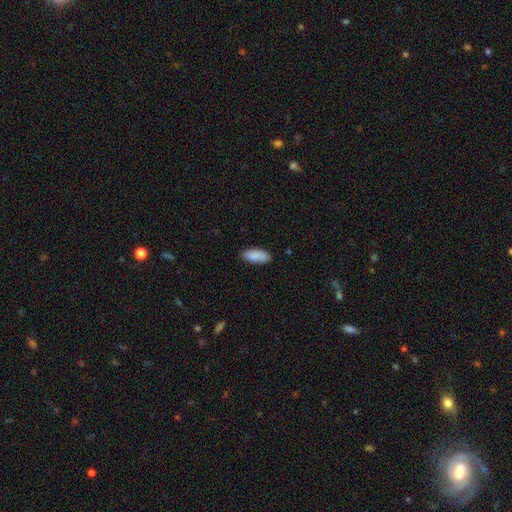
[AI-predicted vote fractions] The model was most divided on "how rounded": in between: 82%, cigar-shaped: 16%, round: 2%. More confident: smooth or featured — smooth (89%); merging — none (84%).